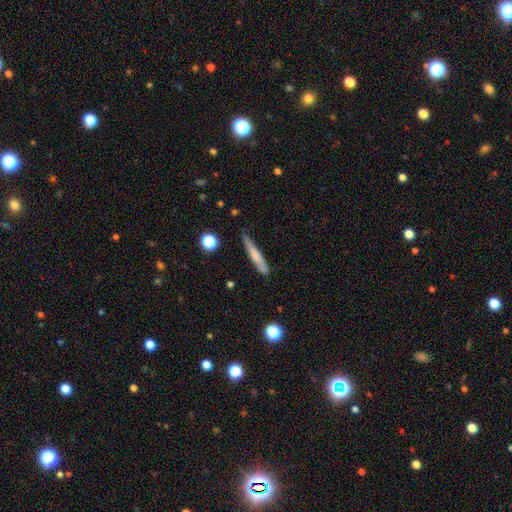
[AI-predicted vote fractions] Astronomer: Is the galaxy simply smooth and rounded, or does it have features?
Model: smooth — 66%.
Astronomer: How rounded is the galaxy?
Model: cigar-shaped — 92%.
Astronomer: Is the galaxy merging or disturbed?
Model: none — 75%.